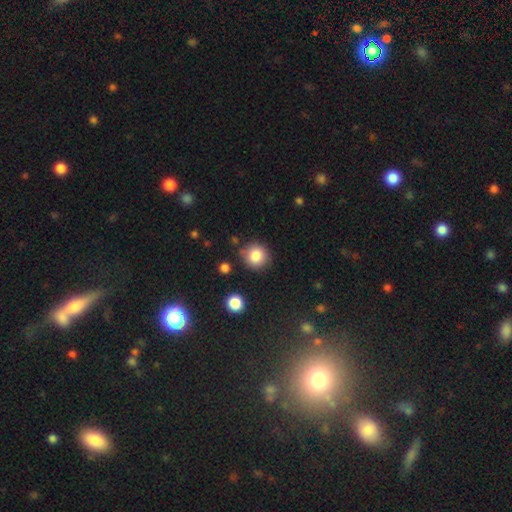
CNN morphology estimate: A smooth galaxy with no disk features (85%) that is round (92%).

Vote fractions:
- Smooth or featured? smooth: 85% / star or artifact: 10% / featured or disk: 5%
- How rounded? round: 92% / in between: 7% / cigar-shaped: 1%
- Merging? none: 82% / minor disturbance: 11% / merger: 4% / major disturbance: 3%